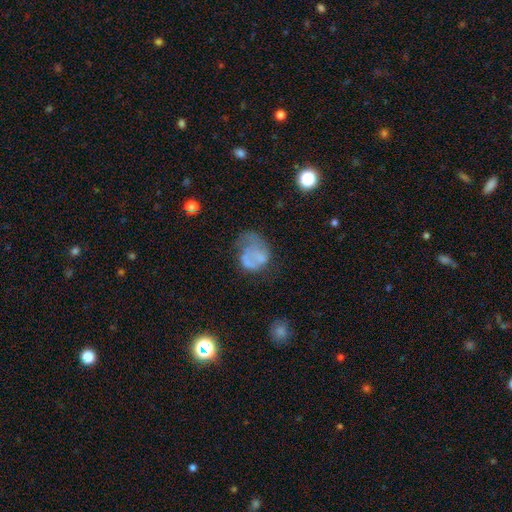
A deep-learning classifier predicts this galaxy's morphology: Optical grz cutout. It shows a smooth galaxy with no disk features (48%). Merging: major disturbance (39%).